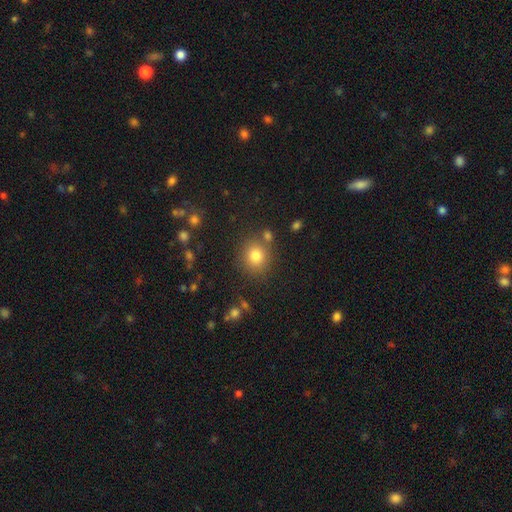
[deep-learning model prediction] Smooth or featured?
  - smooth: 79% *
  - star or artifact: 13%
  - featured or disk: 8%
How rounded?
  - round: 85% *
  - in between: 14%
  - cigar-shaped: 1%
Merging?
  - none: 80% *
  - minor disturbance: 9%
  - merger: 8%
  - major disturbance: 3%